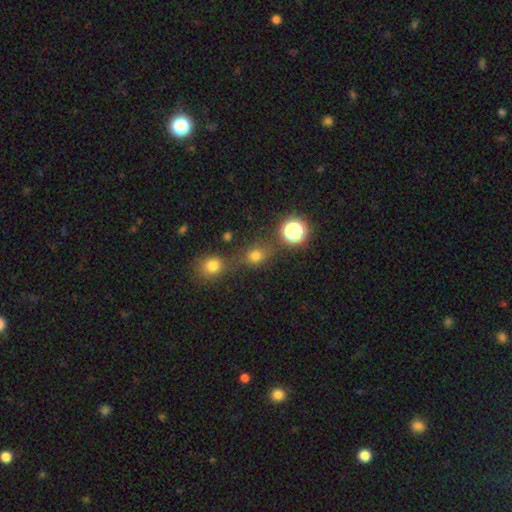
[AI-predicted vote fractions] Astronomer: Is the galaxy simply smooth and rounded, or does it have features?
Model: smooth — 71%.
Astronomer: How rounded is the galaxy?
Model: round — 67%.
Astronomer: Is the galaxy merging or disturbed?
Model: none — 63%.